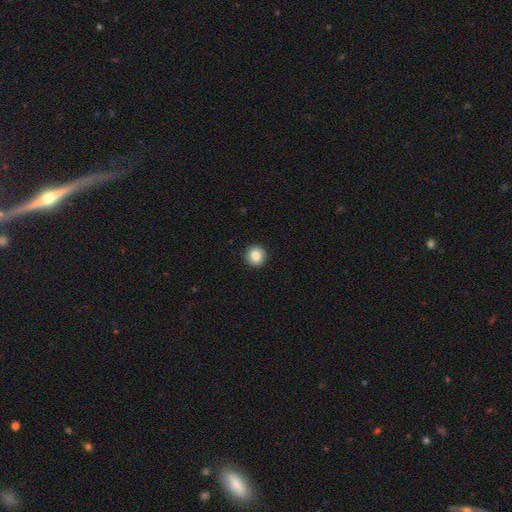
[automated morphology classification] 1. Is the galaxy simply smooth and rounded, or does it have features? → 83% smooth, 9% star or artifact, 8% featured or disk.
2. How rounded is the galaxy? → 95% round, 4% in between, 1% cigar-shaped.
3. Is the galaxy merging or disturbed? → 94% none, 4% minor disturbance, 1% major disturbance, 1% merger.